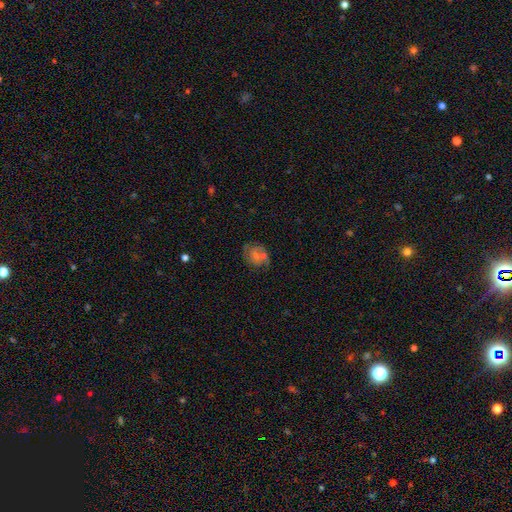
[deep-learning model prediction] A featured or disk galaxy (44%). Merging: none (64%).